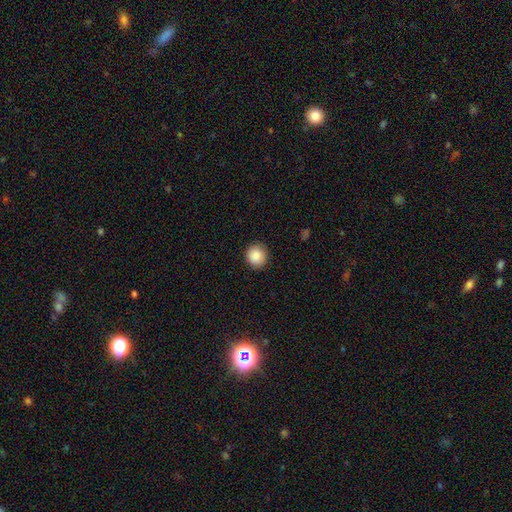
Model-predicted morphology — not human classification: This is clearly a smooth galaxy (87%). How rounded: clearly round (88%). Merging: clearly none (90%).